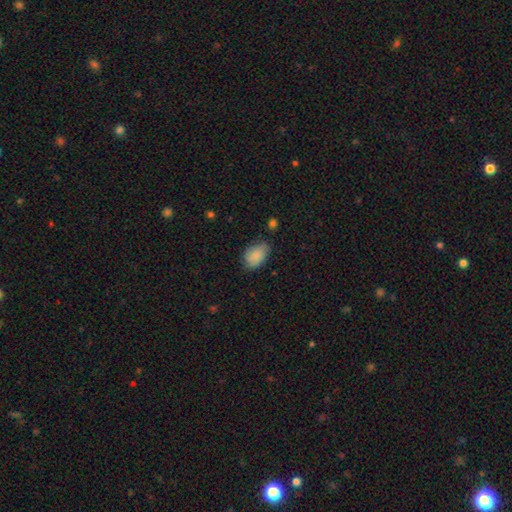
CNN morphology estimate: Q: Smooth or featured?
A: smooth (85%); runner-up: featured or disk (8%)
Q: How rounded?
A: in between (87%); runner-up: round (11%)
Q: Merging?
A: none (64%); runner-up: minor disturbance (29%)